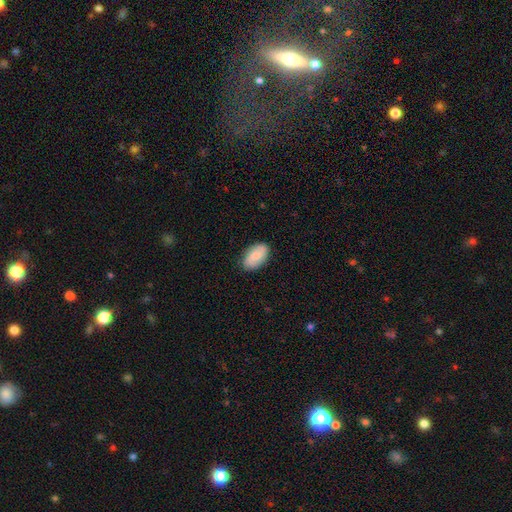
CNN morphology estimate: smooth_or_featured: smooth (p=0.70) [alt: featured or disk p=0.24]
how_rounded: in between (p=0.93) [alt: round p=0.05]
merging: none (p=0.85) [alt: minor disturbance p=0.12]